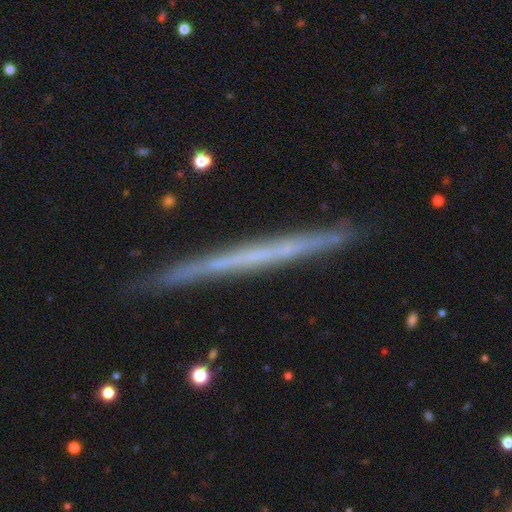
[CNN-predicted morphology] type=featured or disk (62%); edge-on=yes (97%); edge-on bulge=none (94%); merging=none (89%).